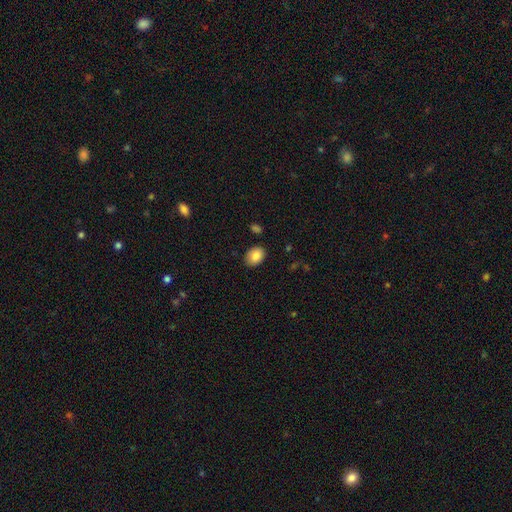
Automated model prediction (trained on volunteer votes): Q: Smooth or featured?
A: smooth (85%); runner-up: featured or disk (8%)
Q: How rounded?
A: in between (76%); runner-up: round (23%)
Q: Merging?
A: none (86%); runner-up: minor disturbance (10%)